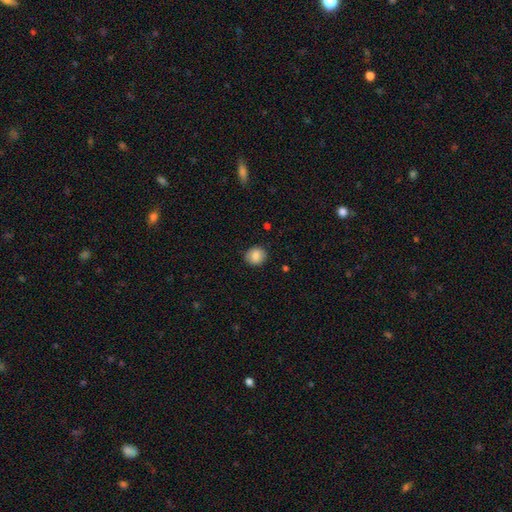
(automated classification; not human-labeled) Smooth or featured?
  - smooth: 87% *
  - star or artifact: 8%
  - featured or disk: 5%
How rounded?
  - round: 83% *
  - in between: 16%
  - cigar-shaped: 1%
Merging?
  - none: 87% *
  - minor disturbance: 9%
  - major disturbance: 2%
  - merger: 1%